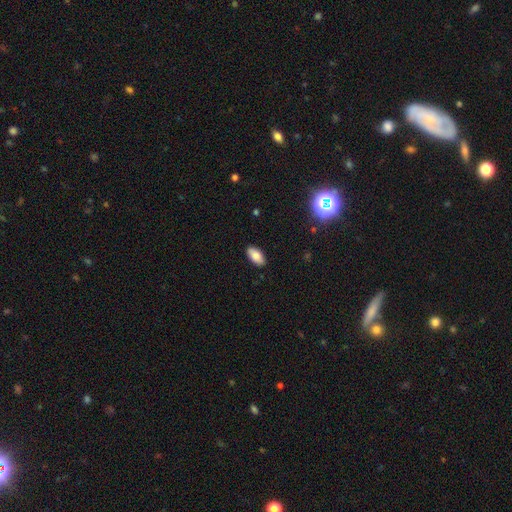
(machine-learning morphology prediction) Smooth or featured? Predicted: smooth (p=0.83). How rounded? Predicted: in between (p=0.93). Merging? Predicted: none (p=0.89).